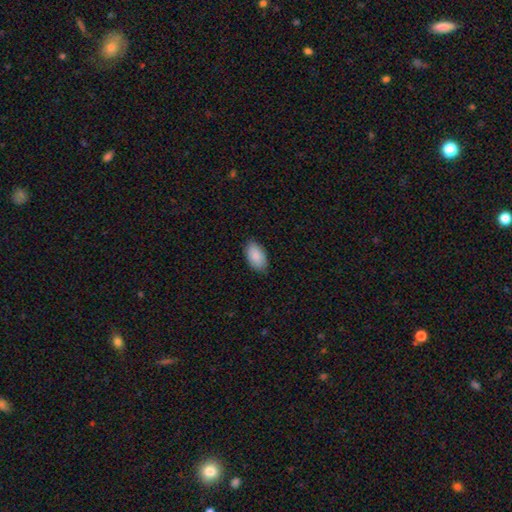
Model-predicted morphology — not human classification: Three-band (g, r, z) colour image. It shows a smooth galaxy with no disk features (89%) that is in between round and cigar-shaped (95%). Merging: none (86%).